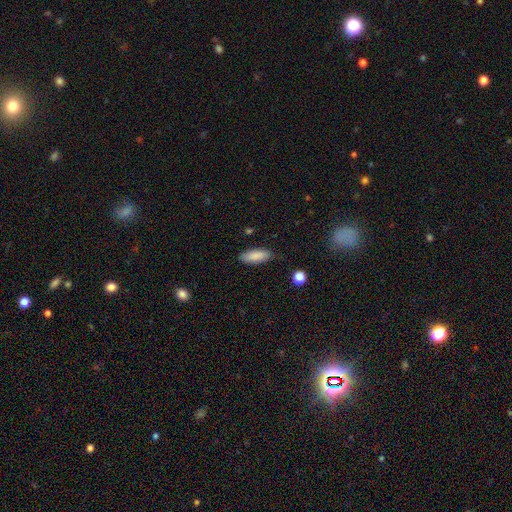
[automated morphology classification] smooth_or_featured: smooth (p=0.87) [alt: star or artifact p=0.07]
how_rounded: in between (p=0.69) [alt: cigar-shaped p=0.30]
merging: none (p=0.81) [alt: minor disturbance p=0.15]